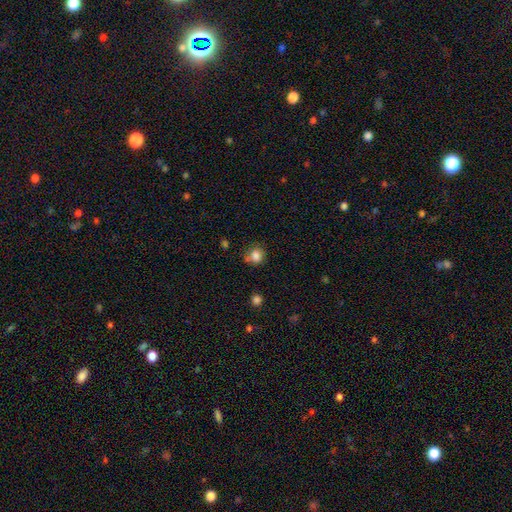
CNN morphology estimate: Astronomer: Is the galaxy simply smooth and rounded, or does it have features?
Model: smooth — 82%.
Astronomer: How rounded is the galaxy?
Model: round — 75%.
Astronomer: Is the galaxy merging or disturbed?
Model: none — 60%.